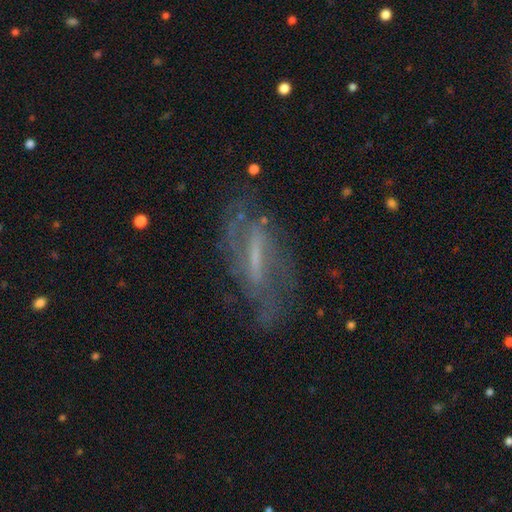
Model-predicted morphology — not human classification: This is likely a featured or disk galaxy (77%). It is likely not viewed edge-on (79%). Bar: possibly strong (54%). Spiral arm pattern: clearly yes (81%). Central bulge: marginally small (40%). Merging: likely none (67%).